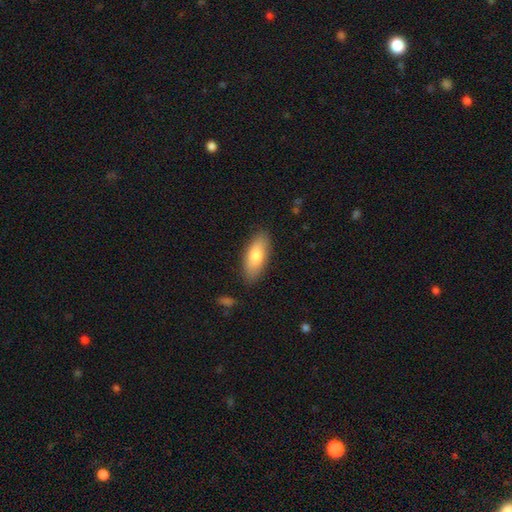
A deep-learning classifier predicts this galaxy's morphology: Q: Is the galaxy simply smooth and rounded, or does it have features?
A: smooth — 78%.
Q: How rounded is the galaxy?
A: in between — 79%.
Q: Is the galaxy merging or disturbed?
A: none — 84%.